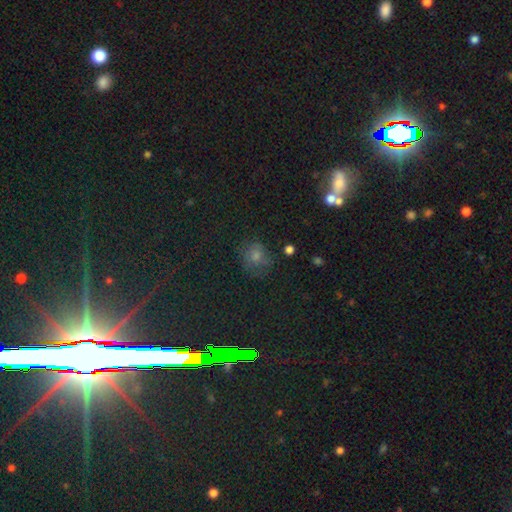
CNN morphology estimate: smooth 49%, star or artifact 37%, featured or disk 14%. Down the decision tree: merging — none (74%).